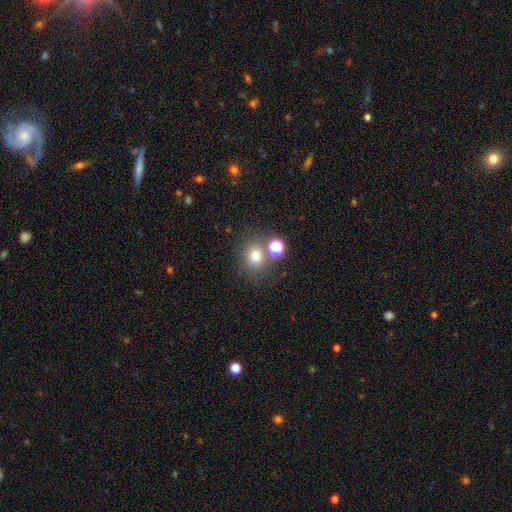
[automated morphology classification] smooth_or_featured: smooth (p=0.73) [alt: star or artifact p=0.18]
how_rounded: round (p=0.75) [alt: in between p=0.24]
merging: none (p=0.67) [alt: merger p=0.18]